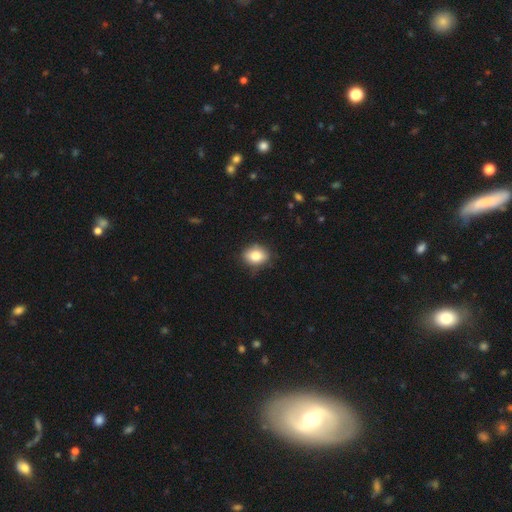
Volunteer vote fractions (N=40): Volunteers were most divided on "how rounded": in between: 57%, round: 43%, cigar-shaped: 0%. More confident: merging — none (78%); smooth or featured — smooth (75%).